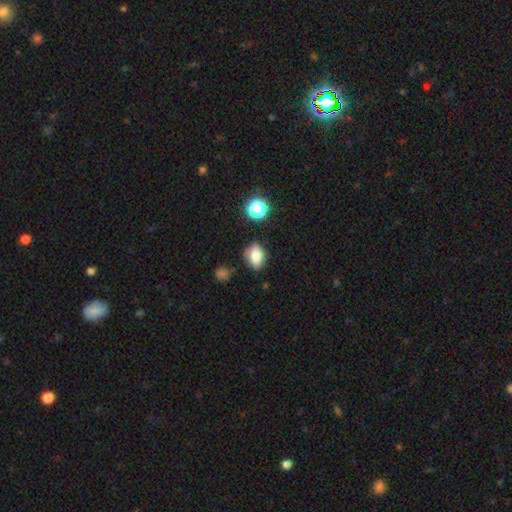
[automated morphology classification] smooth 80%, star or artifact 12%, featured or disk 9%. Down the decision tree: how rounded — in between (74%); merging — none (73%).